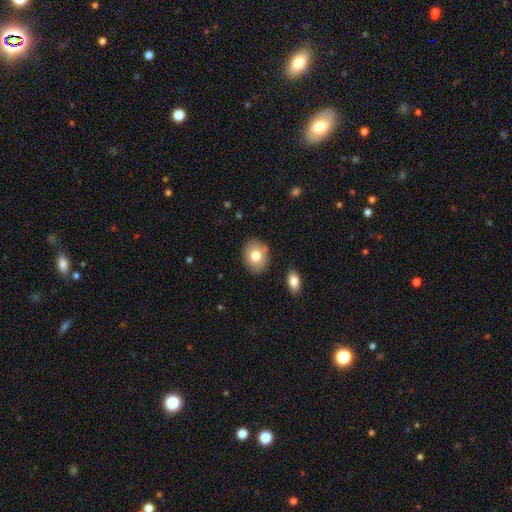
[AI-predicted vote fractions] A smooth galaxy with no disk features (78%) that is round (50%).

Vote fractions:
- Smooth or featured? smooth: 78% / featured or disk: 14% / star or artifact: 8%
- How rounded? round: 50% / in between: 49% / cigar-shaped: 1%
- Merging? none: 83% / minor disturbance: 11% / merger: 3% / major disturbance: 2%